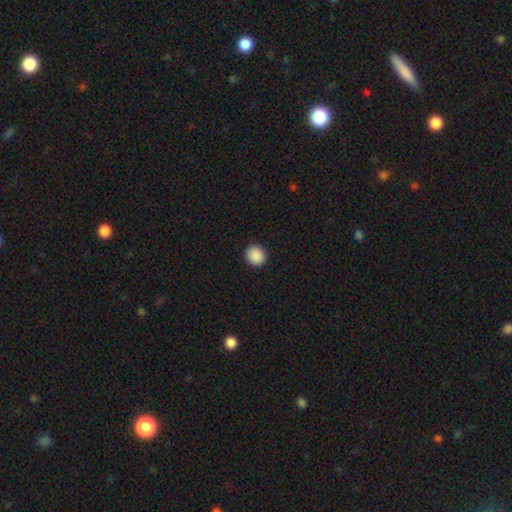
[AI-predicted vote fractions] Overall: smooth (90%). How rounded: round (84%). Merging: none (92%).